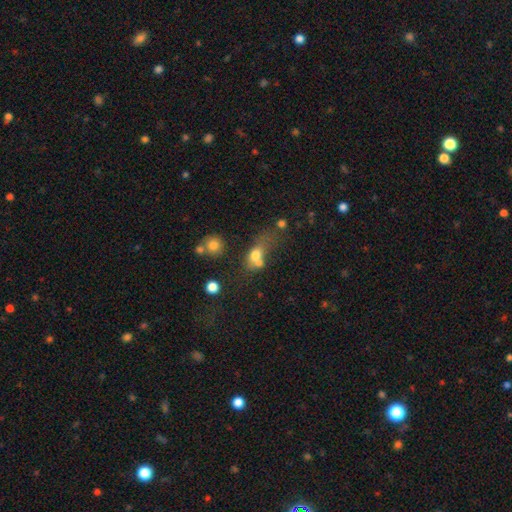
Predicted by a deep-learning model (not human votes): Q: Smooth or featured?
A: smooth (70%); runner-up: featured or disk (17%)
Q: How rounded?
A: in between (56%); runner-up: round (38%)
Q: Merging?
A: merger (42%); runner-up: none (24%)